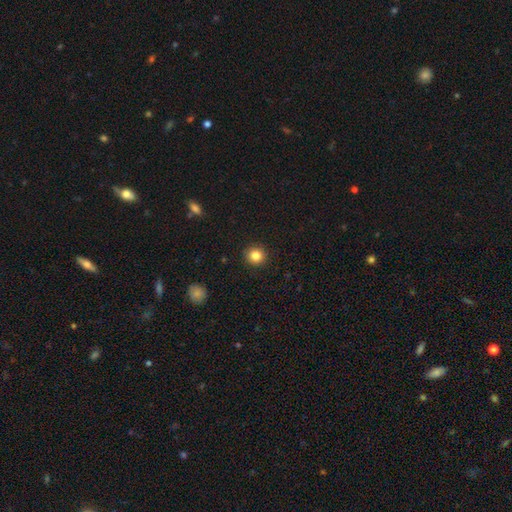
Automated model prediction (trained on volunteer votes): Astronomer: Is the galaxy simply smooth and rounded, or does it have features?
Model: smooth — 84%.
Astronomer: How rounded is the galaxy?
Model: round — 93%.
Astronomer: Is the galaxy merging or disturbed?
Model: none — 92%.